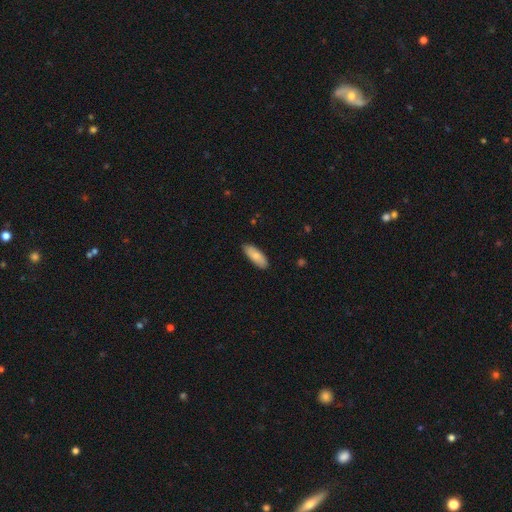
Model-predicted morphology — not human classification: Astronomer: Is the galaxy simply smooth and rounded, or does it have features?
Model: smooth — 82%.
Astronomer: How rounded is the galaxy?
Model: in between — 71%.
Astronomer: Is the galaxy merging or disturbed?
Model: none — 87%.